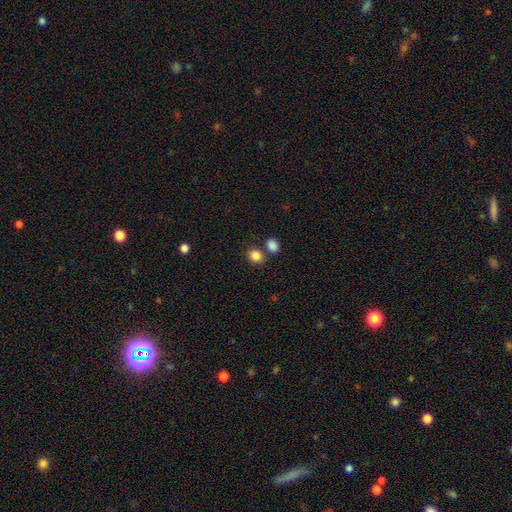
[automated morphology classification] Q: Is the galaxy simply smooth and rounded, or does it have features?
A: smooth — 86%.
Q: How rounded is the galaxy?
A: round — 62%.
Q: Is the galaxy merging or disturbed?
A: none — 65%.